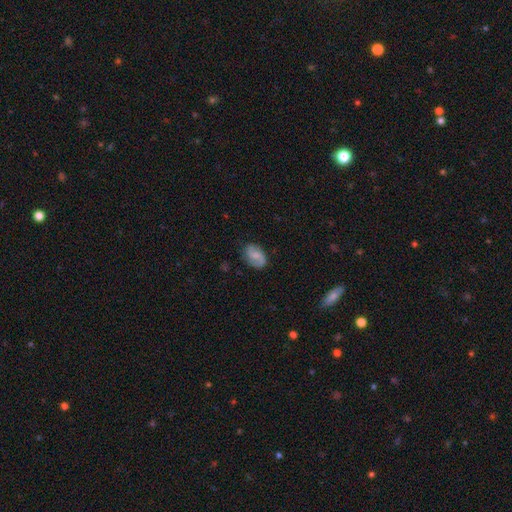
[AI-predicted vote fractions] Morphology: type=featured or disk (67%); edge-on=no (97%); bar=weak (48%); spiral arms=yes (93%); winding=medium (46%); arm count=2 (86%); bulge=small (39%); merging=none (77%).